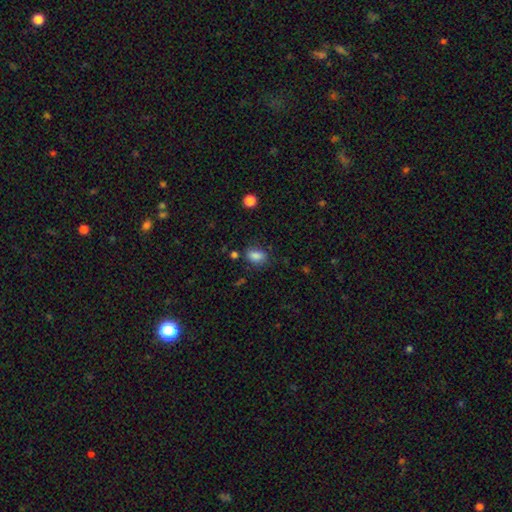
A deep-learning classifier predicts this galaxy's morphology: Smooth or featured? Predicted: smooth (p=0.84). How rounded? Predicted: in between (p=0.81). Merging? Predicted: none (p=0.72).